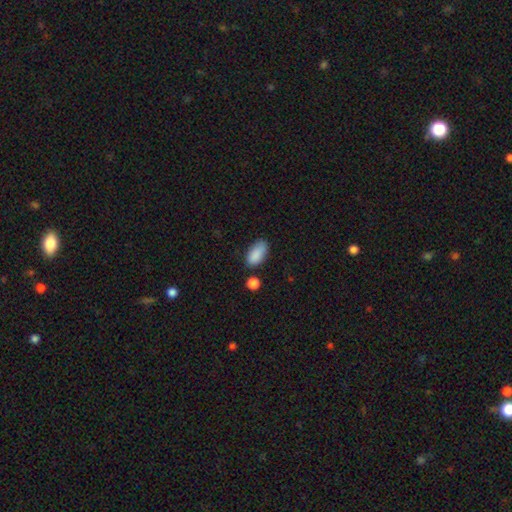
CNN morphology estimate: Smooth or featured? Predicted: smooth (p=0.88). How rounded? Predicted: in between (p=0.92). Merging? Predicted: none (p=0.68).